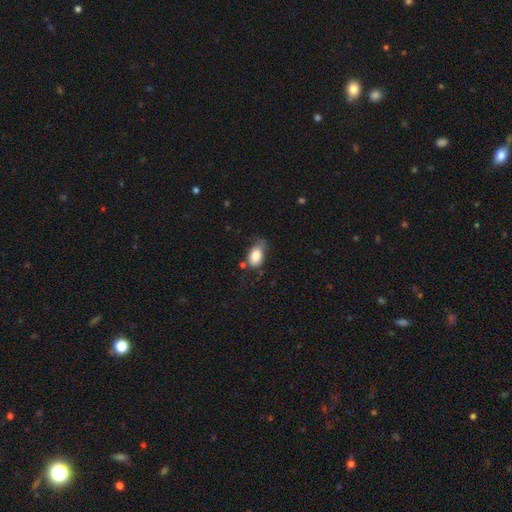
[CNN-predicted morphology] A smooth galaxy with no disk features (78%) that is in between round and cigar-shaped (87%).

Vote fractions:
- Smooth or featured? smooth: 78% / featured or disk: 14% / star or artifact: 8%
- How rounded? in between: 87% / round: 11% / cigar-shaped: 2%
- Merging? none: 43% / minor disturbance: 38% / major disturbance: 13% / merger: 6%